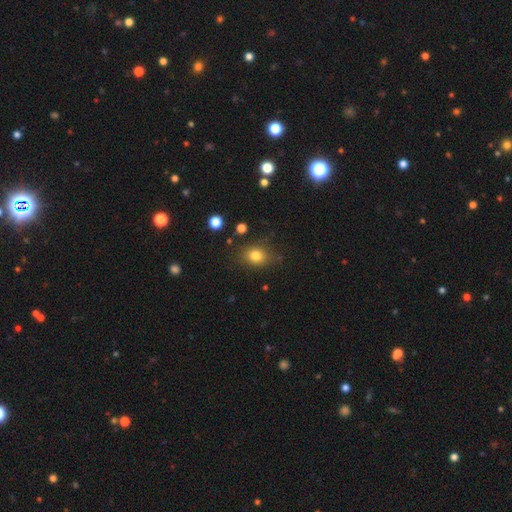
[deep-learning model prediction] smooth 80%, star or artifact 12%, featured or disk 8%. Down the decision tree: how rounded — in between (50%); merging — none (80%).